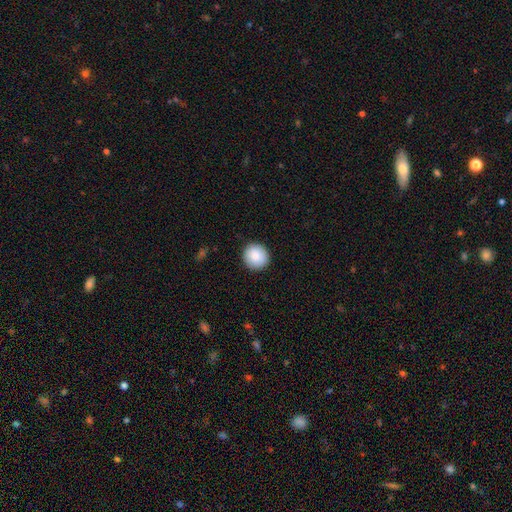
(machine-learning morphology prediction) A smooth galaxy with no disk features (87%) that is round (92%). Merging: none (92%).